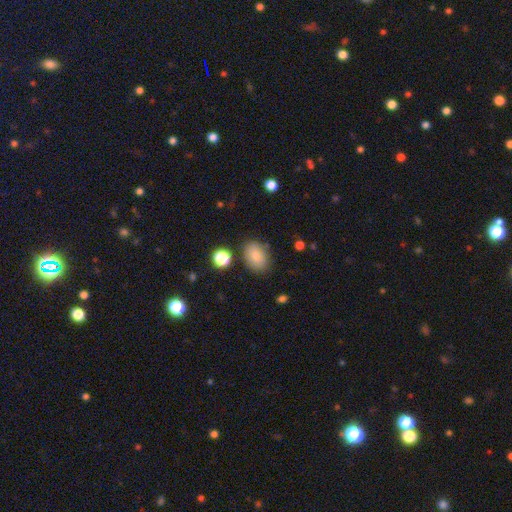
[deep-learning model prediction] Overall: smooth (83%). How rounded: in between (77%). Merging: none (80%).